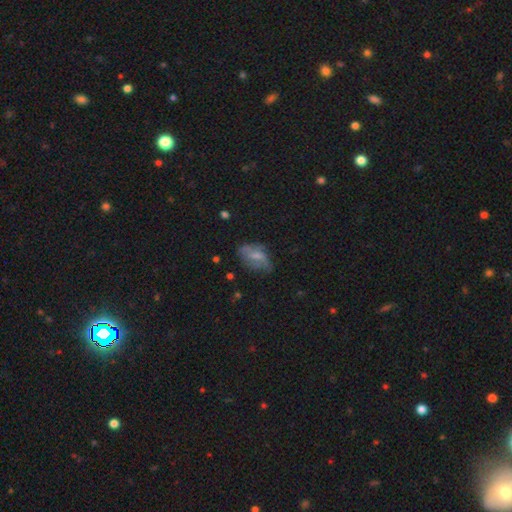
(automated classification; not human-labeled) Smooth or featured: featured or disk — 45% (tied with smooth — 45%)
Merging: none — 48% (minor disturbance — 31%)